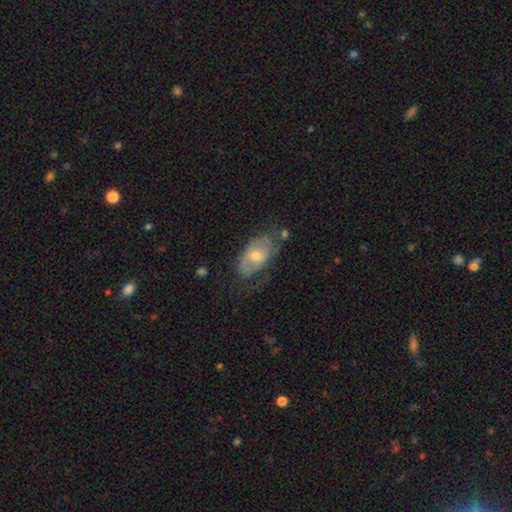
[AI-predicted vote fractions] Q: Smooth or featured?
A: featured or disk (51%); runner-up: smooth (41%)
Q: Edge-on disk?
A: no (90%); runner-up: yes (10%)
Q: Merging?
A: none (46%); runner-up: minor disturbance (30%)